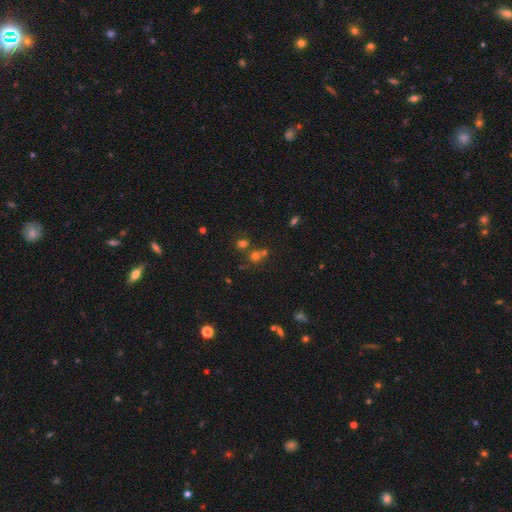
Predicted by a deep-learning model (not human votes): A star or artifact, not a galaxy (45%).

Vote fractions:
- Smooth or featured? star or artifact: 45% / smooth: 39% / featured or disk: 15%